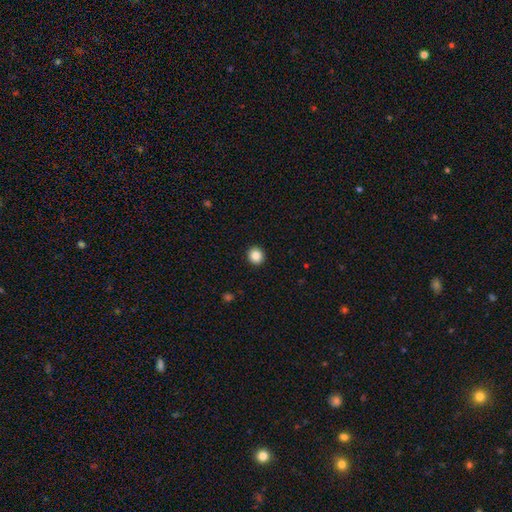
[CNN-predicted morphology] Smooth or featured: smooth — 86% (star or artifact — 10%)
How rounded: round — 90% (in between — 9%)
Merging: none — 93% (minor disturbance — 4%)